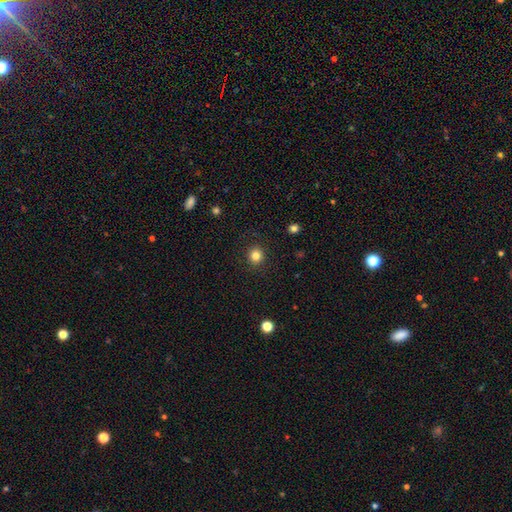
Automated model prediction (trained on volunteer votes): This appears to be a smooth galaxy with no disk features (83%) that is round (91%). Merging: none (91%).